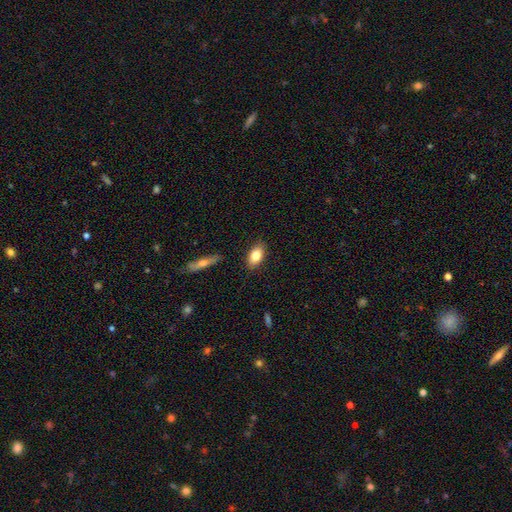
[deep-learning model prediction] Morphology: type=smooth (81%); roundness=in between (89%); merging=none (87%).